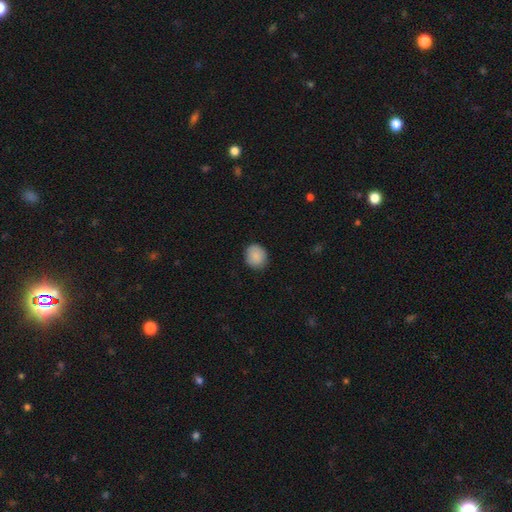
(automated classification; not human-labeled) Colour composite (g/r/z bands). It shows a smooth galaxy with no disk features (89%) that is round (78%). Merging: none (88%).